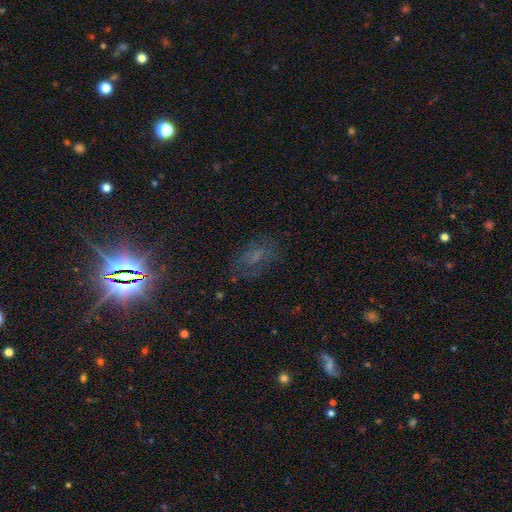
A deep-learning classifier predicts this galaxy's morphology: Smooth or featured?
  - star or artifact: 36% *
  - smooth: 32%
  - featured or disk: 32%